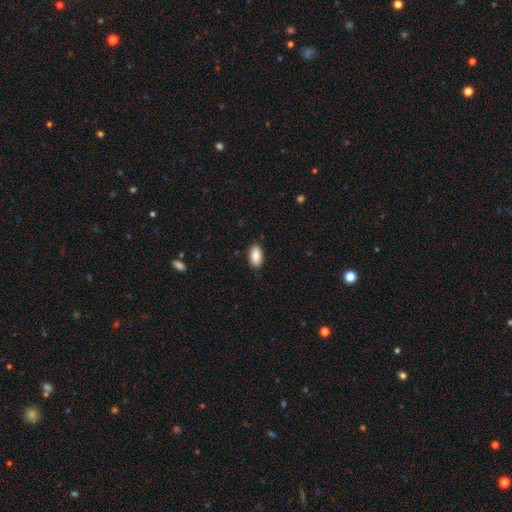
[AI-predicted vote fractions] Smooth or featured? smooth (89%)
How rounded? in between (94%)
Merging? none (87%)